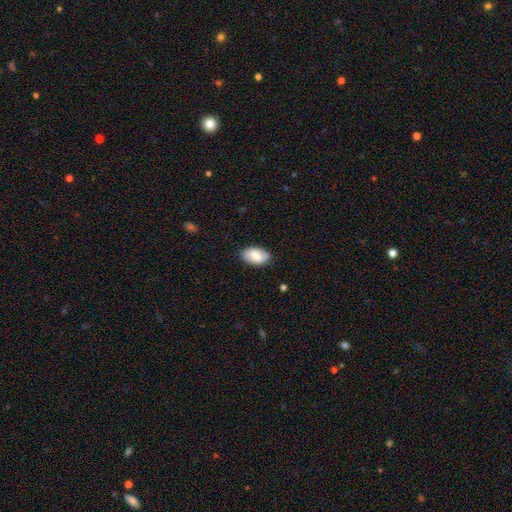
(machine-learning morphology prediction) type=smooth (78%); roundness=in between (94%); merging=none (83%).